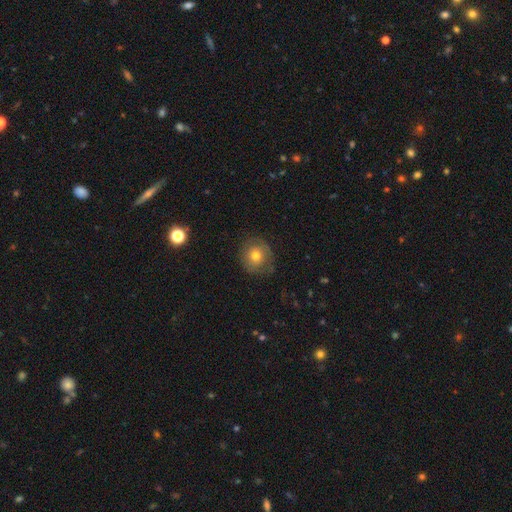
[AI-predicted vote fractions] Q: Smooth or featured?
A: smooth (64%); runner-up: featured or disk (25%)
Q: How rounded?
A: round (90%); runner-up: in between (9%)
Q: Merging?
A: none (75%); runner-up: minor disturbance (17%)